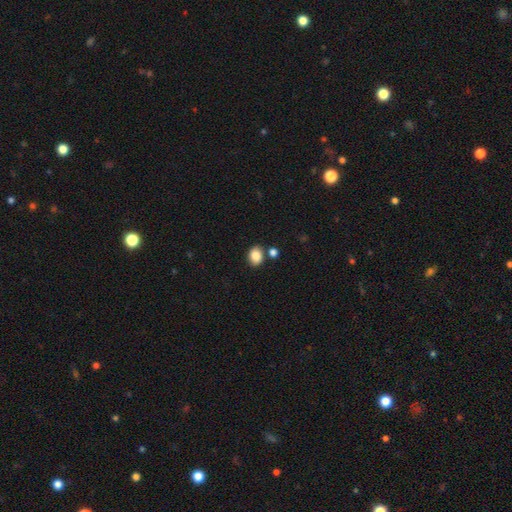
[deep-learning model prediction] A smooth galaxy with no disk features (85%) that is in between round and cigar-shaped (57%). Merging: none (77%).